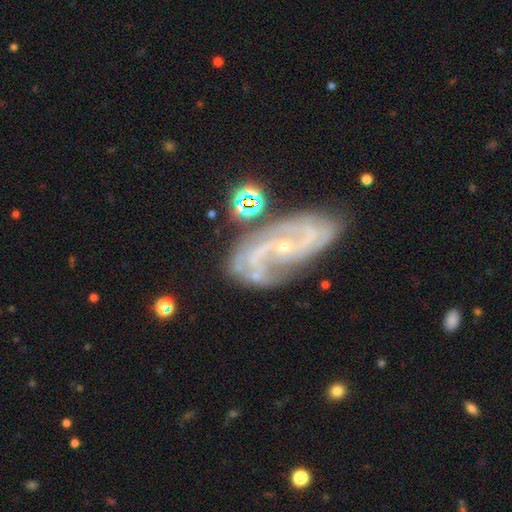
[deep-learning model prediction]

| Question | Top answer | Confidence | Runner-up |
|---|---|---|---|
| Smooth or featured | featured or disk | 84% | star or artifact (8%) |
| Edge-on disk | no | 97% | yes (3%) |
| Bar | no | 49% | weak (35%) |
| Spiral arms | yes | 95% | no (5%) |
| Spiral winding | medium | 50% | loose (30%) |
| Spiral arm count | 2 | 68% | 3 (12%) |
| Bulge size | small | 78% | moderate (15%) |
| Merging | none | 54% | minor disturbance (21%) |